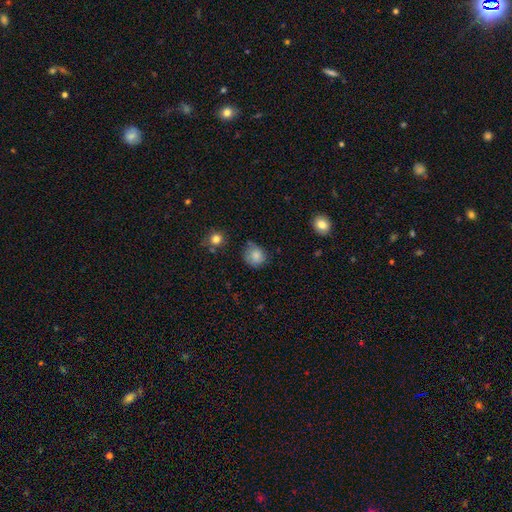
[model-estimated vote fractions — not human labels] Overall: smooth (79%). How rounded: round (79%). Merging: none (60%; minor disturbance 30%).